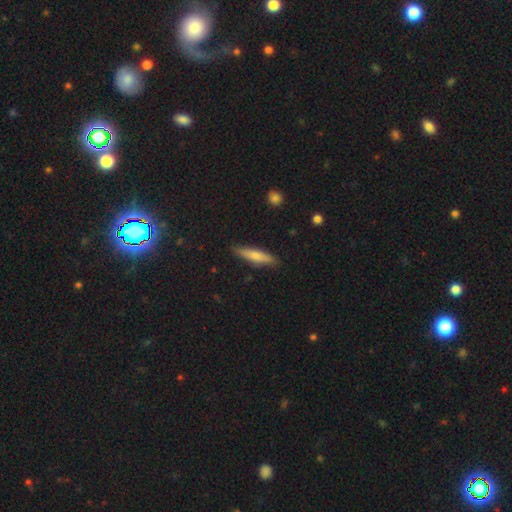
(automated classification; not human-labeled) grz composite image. It shows a smooth galaxy with no disk features (63%) that is cigar-shaped (80%). Merging: none (86%).